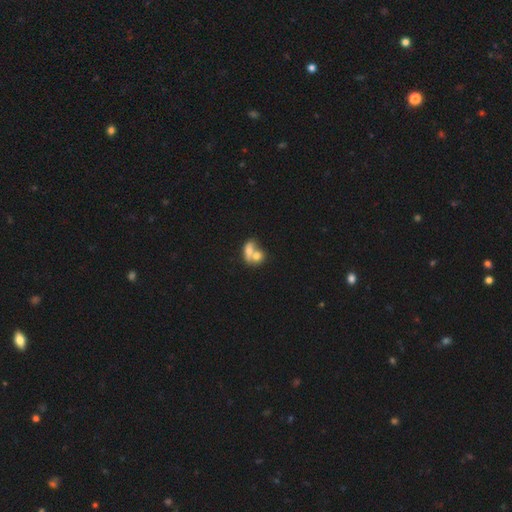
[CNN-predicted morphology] The model was most divided on "how rounded": in between: 57%, round: 39%, cigar-shaped: 4%. More confident: merging — merger (69%); smooth or featured — smooth (68%).